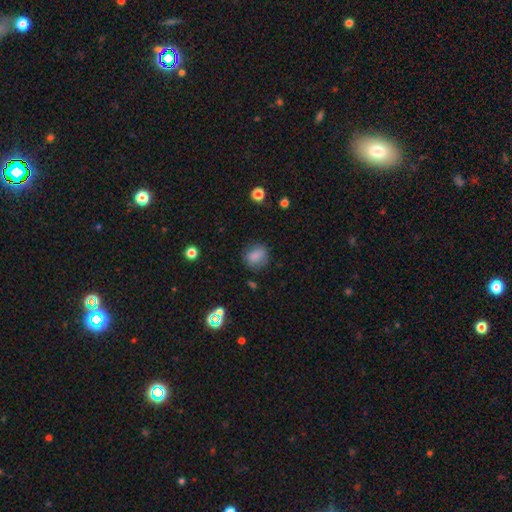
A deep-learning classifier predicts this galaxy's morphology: type=smooth (81%); roundness=round (58%); merging=none (76%).